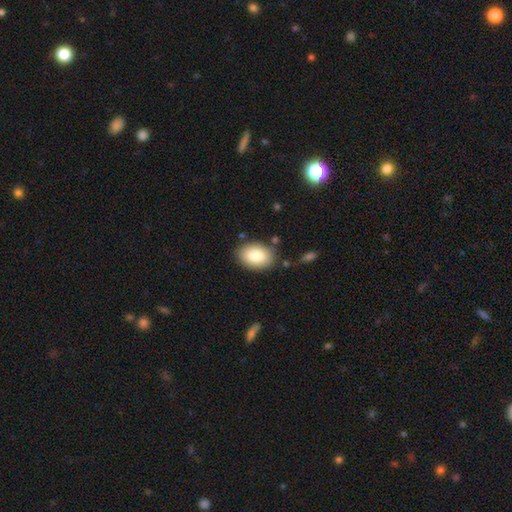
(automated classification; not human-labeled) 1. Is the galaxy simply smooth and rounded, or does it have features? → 83% smooth, 10% featured or disk, 7% star or artifact.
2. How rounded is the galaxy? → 84% in between, 15% round, 1% cigar-shaped.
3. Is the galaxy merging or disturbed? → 83% none, 11% minor disturbance, 3% major disturbance, 3% merger.